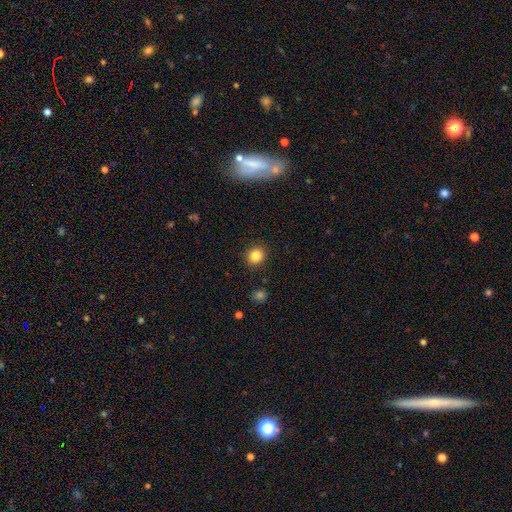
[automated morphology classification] smooth 83%, star or artifact 11%, featured or disk 5%. Down the decision tree: how rounded — round (85%); merging — none (89%).